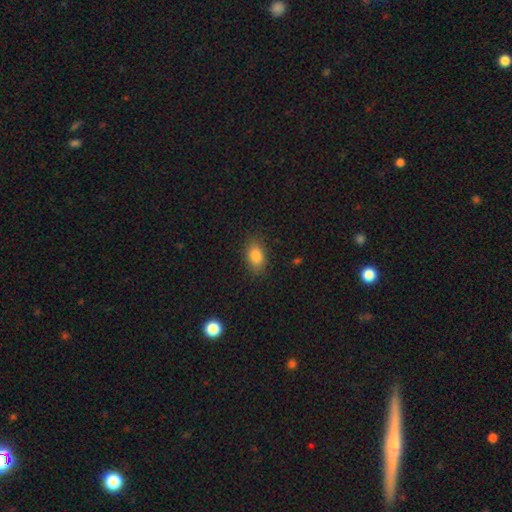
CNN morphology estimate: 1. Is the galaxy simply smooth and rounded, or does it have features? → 85% smooth, 9% star or artifact, 7% featured or disk.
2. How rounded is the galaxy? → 86% in between, 12% round, 2% cigar-shaped.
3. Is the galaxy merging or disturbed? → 84% none, 12% minor disturbance, 3% major disturbance, 1% merger.